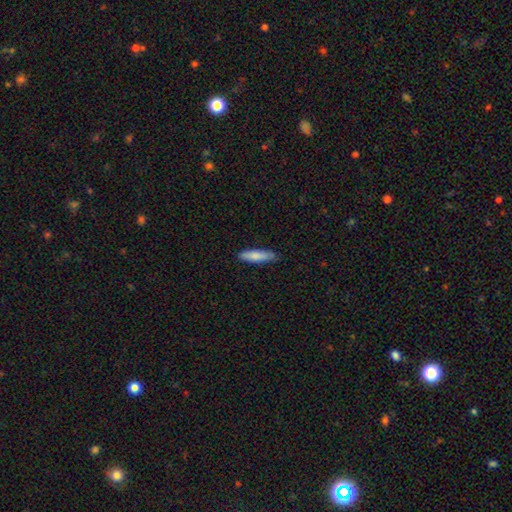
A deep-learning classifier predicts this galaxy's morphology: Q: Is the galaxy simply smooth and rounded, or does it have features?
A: smooth — 82%.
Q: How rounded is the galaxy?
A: cigar-shaped — 73%.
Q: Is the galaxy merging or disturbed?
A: none — 84%.